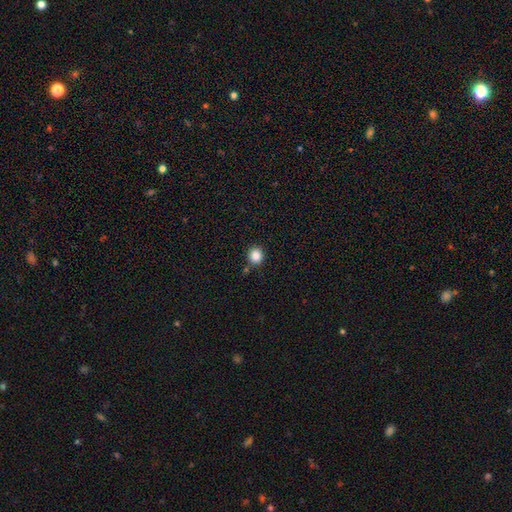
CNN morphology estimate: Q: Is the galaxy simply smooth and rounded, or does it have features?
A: smooth — 85%.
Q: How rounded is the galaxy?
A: round — 88%.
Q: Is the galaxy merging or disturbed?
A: none — 85%.